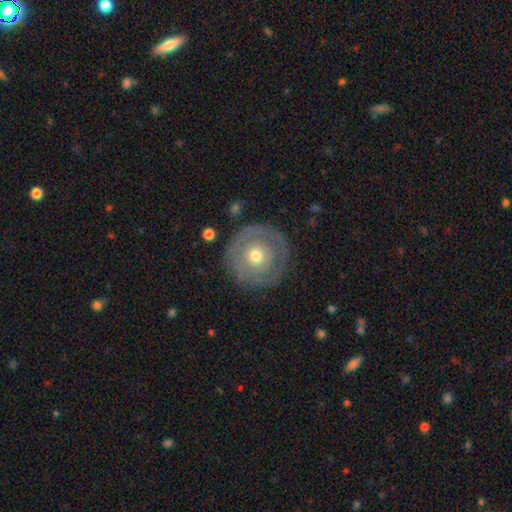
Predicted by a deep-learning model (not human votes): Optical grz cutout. It shows a featured or disk galaxy (47%, tied with smooth). Merging: none (82%).